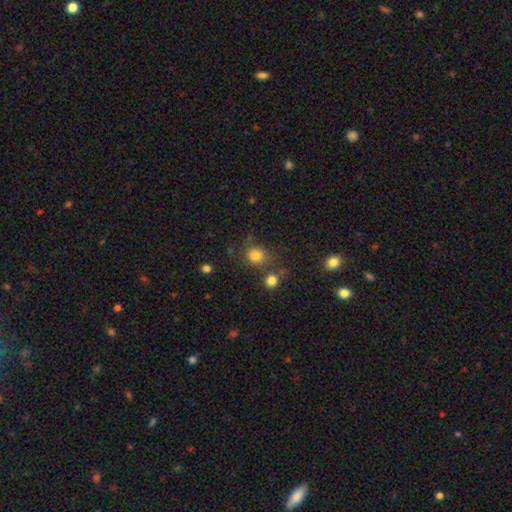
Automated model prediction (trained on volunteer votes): smooth 80%, star or artifact 13%, featured or disk 7%. Down the decision tree: how rounded — round (80%); merging — none (70%).